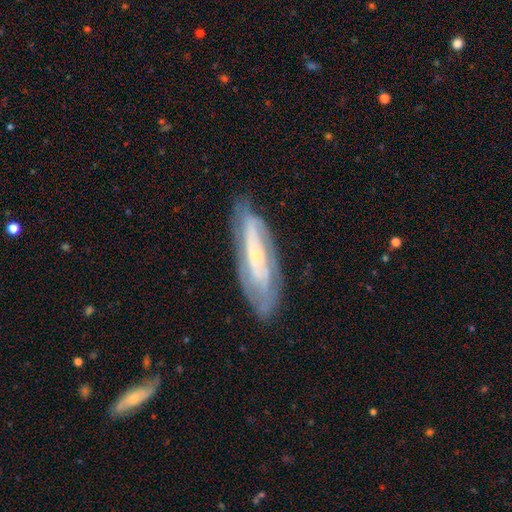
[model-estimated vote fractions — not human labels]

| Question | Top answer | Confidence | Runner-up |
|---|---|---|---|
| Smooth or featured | featured or disk | 74% | smooth (20%) |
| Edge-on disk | no | 77% | yes (23%) |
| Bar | no | 54% | weak (28%) |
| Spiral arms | yes | 83% | no (17%) |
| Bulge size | small | 74% | moderate (20%) |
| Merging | none | 76% | minor disturbance (17%) |